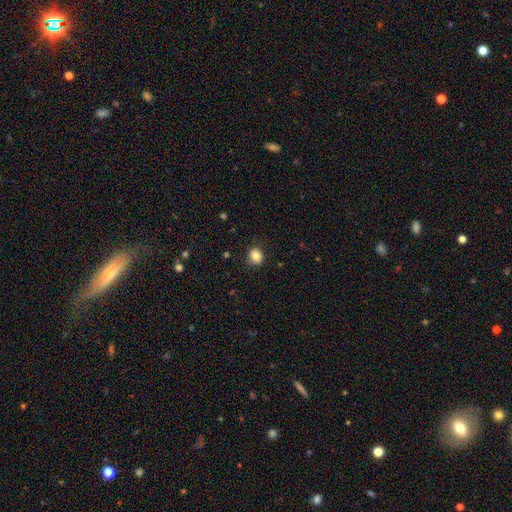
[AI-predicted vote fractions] The model was most divided on "how rounded": round: 74%, in between: 25%, cigar-shaped: 1%. More confident: merging — none (85%); smooth or featured — smooth (82%).